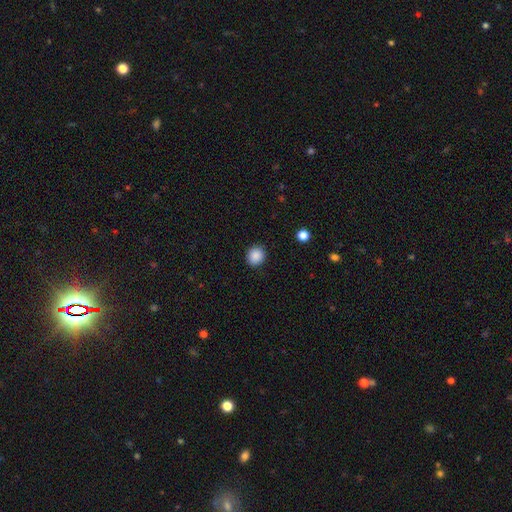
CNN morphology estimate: Overall: smooth (88%). How rounded: round (88%). Merging: none (91%).